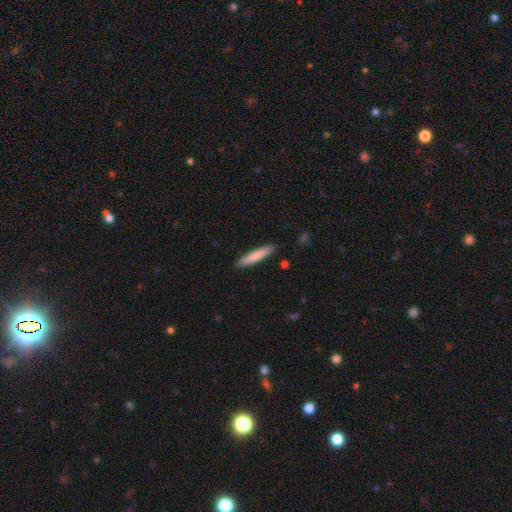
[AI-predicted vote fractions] Smooth or featured: smooth — 80% (featured or disk — 14%)
How rounded: cigar-shaped — 89% (in between — 9%)
Merging: none — 89% (minor disturbance — 8%)